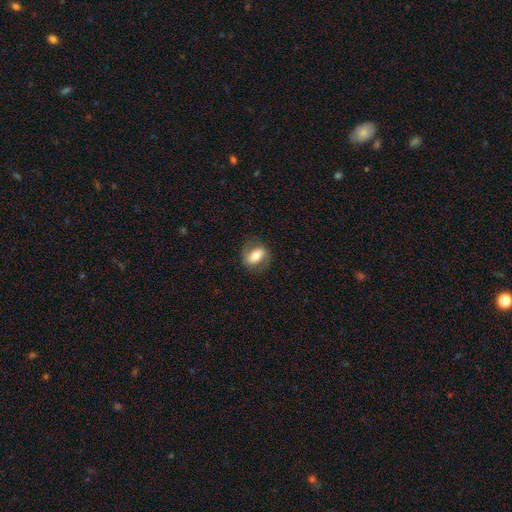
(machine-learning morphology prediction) This is possibly a smooth galaxy (54%). How rounded: likely in between (78%). Merging: likely none (76%).